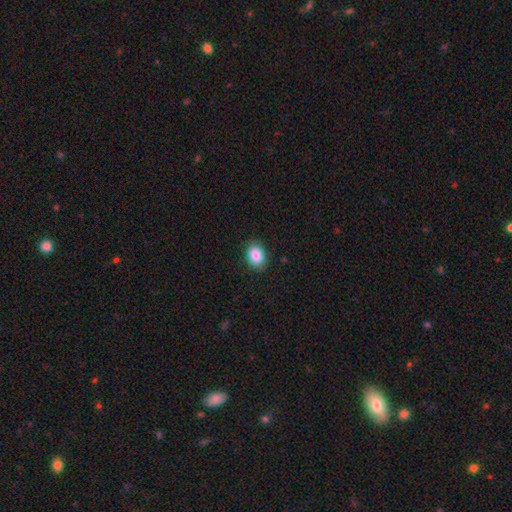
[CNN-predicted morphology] Overall: smooth (87%). How rounded: in between (70%). Merging: none (87%).